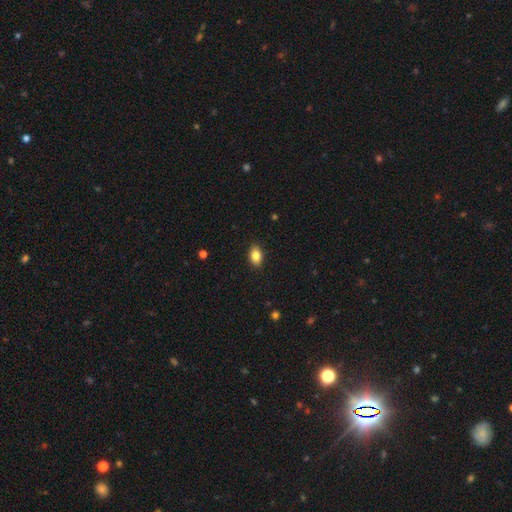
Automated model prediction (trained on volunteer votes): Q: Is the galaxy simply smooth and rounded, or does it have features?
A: smooth — 84%.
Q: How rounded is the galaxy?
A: in between — 86%.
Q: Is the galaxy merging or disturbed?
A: none — 89%.